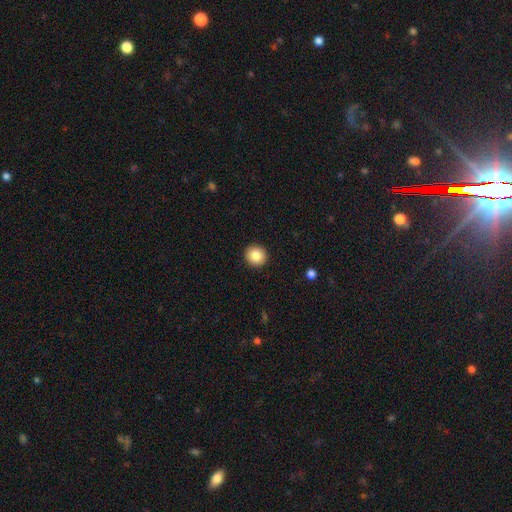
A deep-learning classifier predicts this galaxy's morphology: smooth_or_featured: smooth (p=0.85) [alt: star or artifact p=0.09]
how_rounded: round (p=0.91) [alt: in between p=0.08]
merging: none (p=0.93) [alt: minor disturbance p=0.05]